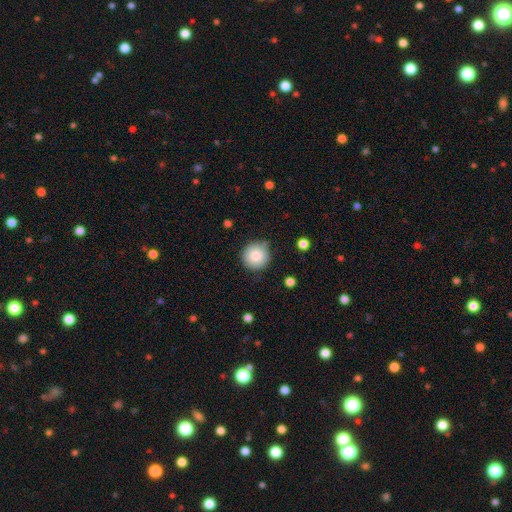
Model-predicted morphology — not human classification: This is clearly a smooth galaxy (84%). How rounded: clearly round (95%). Merging: clearly none (84%).